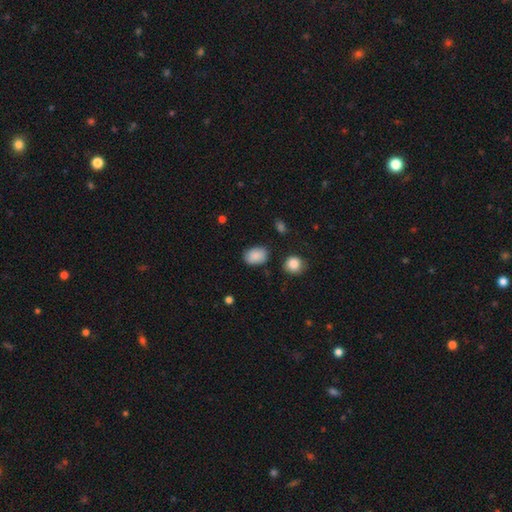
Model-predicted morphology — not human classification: Q: Smooth or featured?
A: smooth (88%); runner-up: star or artifact (8%)
Q: How rounded?
A: in between (77%); runner-up: round (21%)
Q: Merging?
A: none (78%); runner-up: minor disturbance (16%)